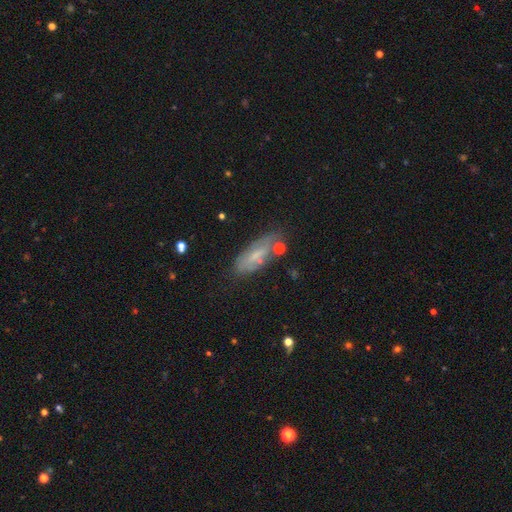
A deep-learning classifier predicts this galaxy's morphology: smooth 45%, featured or disk 41%, star or artifact 14%. Down the decision tree: merging — none (68%).